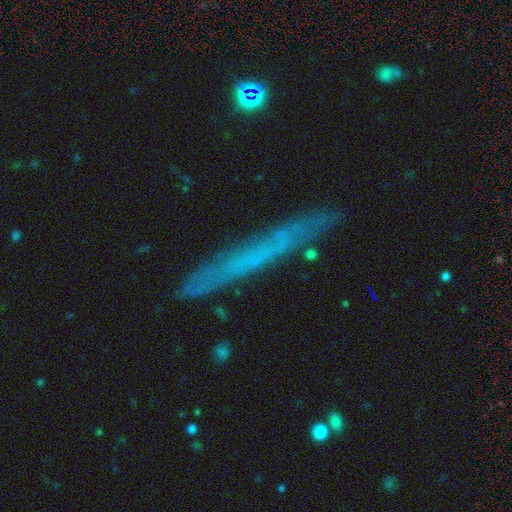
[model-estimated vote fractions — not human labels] Smooth or featured? Predicted: featured or disk (p=0.46). Merging? Predicted: none (p=0.79).